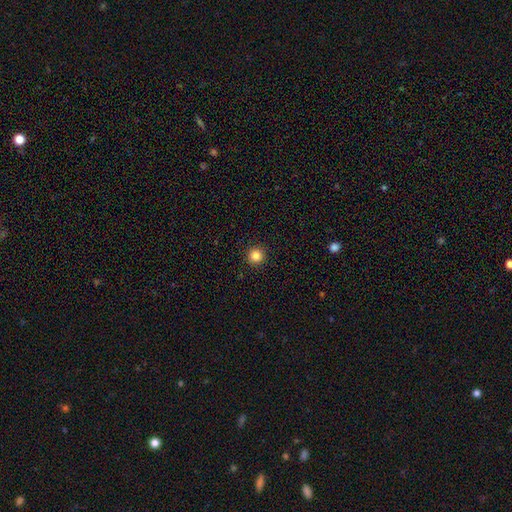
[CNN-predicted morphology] smooth 85%, star or artifact 12%, featured or disk 4%. Down the decision tree: how rounded — round (96%); merging — none (93%).